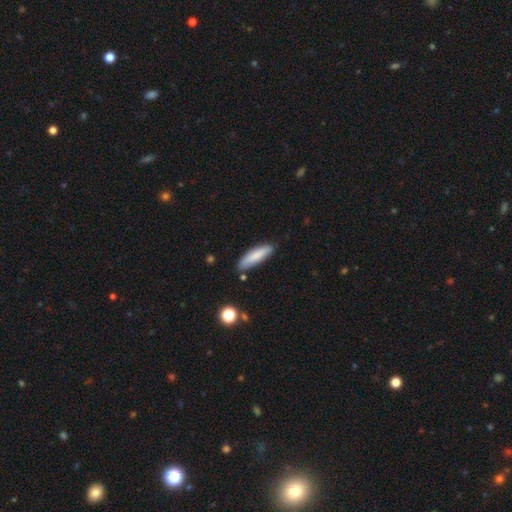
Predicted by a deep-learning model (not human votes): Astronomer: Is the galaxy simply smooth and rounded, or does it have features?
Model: smooth — 81%.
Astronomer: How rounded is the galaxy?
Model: cigar-shaped — 67%.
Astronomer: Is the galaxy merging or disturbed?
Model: none — 83%.